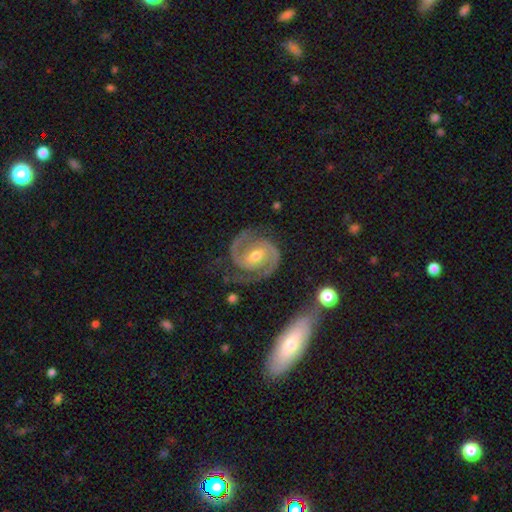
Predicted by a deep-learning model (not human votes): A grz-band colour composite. It shows a featured or disk galaxy (91%) with a weak bar (47%), 2 (93%) medium (50%) spiral arms (98%) and a moderate central bulge (67%). Merging: none (77%).